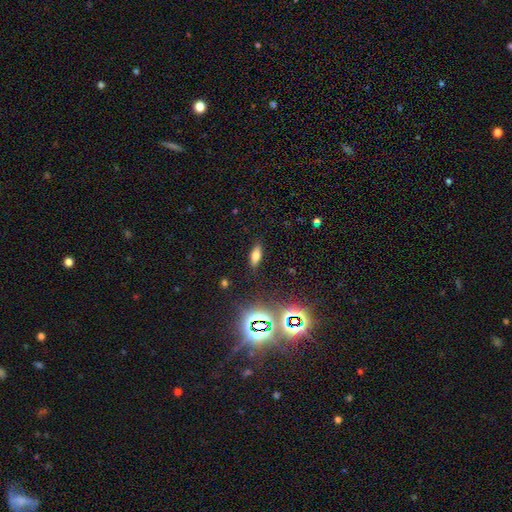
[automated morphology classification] A smooth galaxy with no disk features (62%) that is in between round and cigar-shaped (72%). Merging: none (88%).